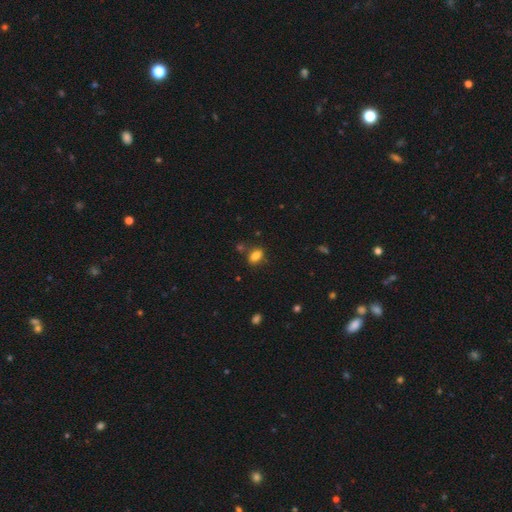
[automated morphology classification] This appears to be a smooth galaxy with no disk features (84%) that is in between round and cigar-shaped (86%). Merging: none (77%).